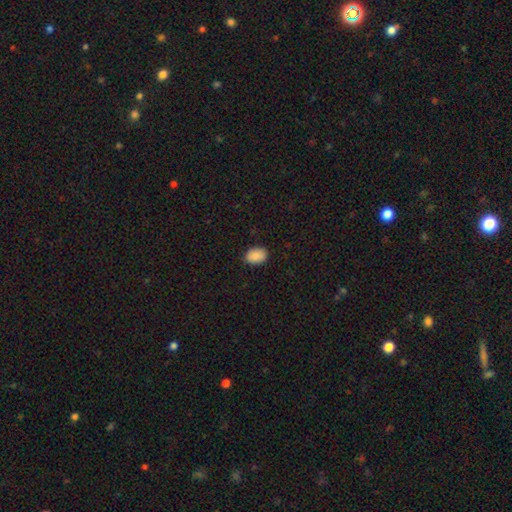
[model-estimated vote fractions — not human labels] smooth 89%, star or artifact 8%, featured or disk 3%. Down the decision tree: how rounded — in between (82%); merging — none (86%).